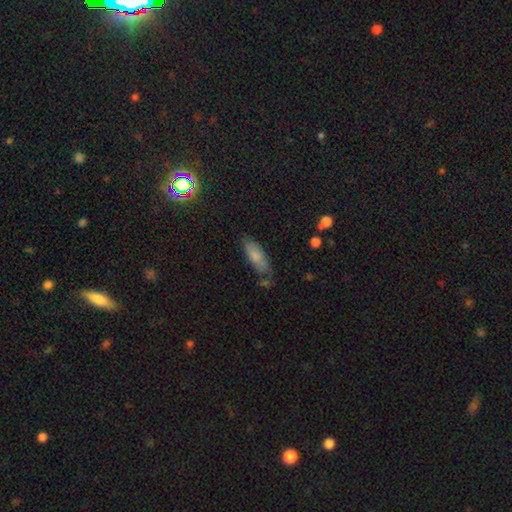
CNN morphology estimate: type=smooth (80%); roundness=in between (69%); merging=none (60%).